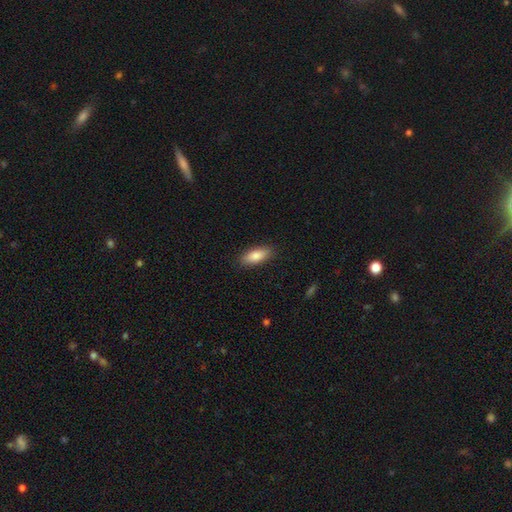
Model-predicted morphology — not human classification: smooth 85%, featured or disk 8%, star or artifact 6%. Down the decision tree: how rounded — in between (76%); merging — none (88%).